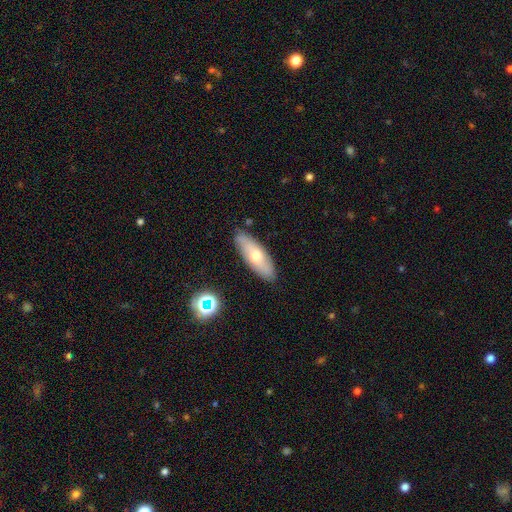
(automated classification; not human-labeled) Morphology: type=smooth (56%); roundness=in between (62%); merging=none (85%).